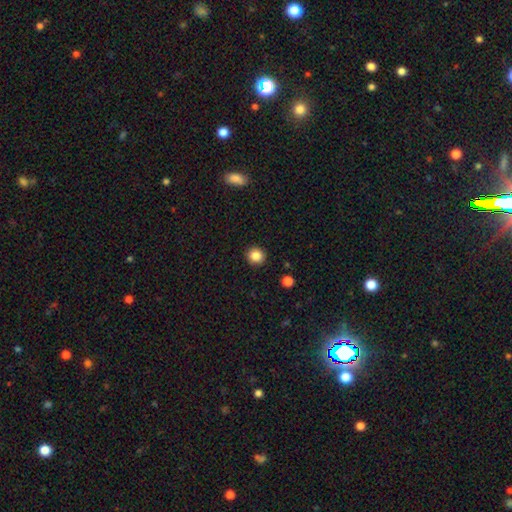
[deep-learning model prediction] smooth_or_featured: smooth (p=0.85) [alt: star or artifact p=0.11]
how_rounded: round (p=0.91) [alt: in between p=0.08]
merging: none (p=0.92) [alt: minor disturbance p=0.05]